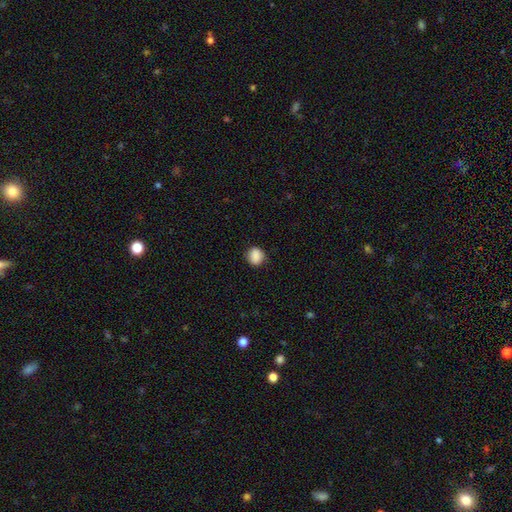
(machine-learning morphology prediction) The model was most divided on "how rounded": round: 78%, in between: 21%, cigar-shaped: 1%. More confident: smooth or featured — smooth (88%); merging — none (84%).